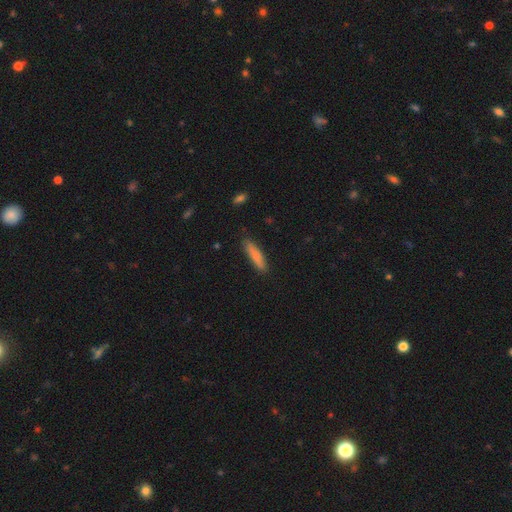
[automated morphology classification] Smooth or featured: smooth — 82% (featured or disk — 11%)
How rounded: cigar-shaped — 82% (in between — 16%)
Merging: none — 85% (minor disturbance — 12%)